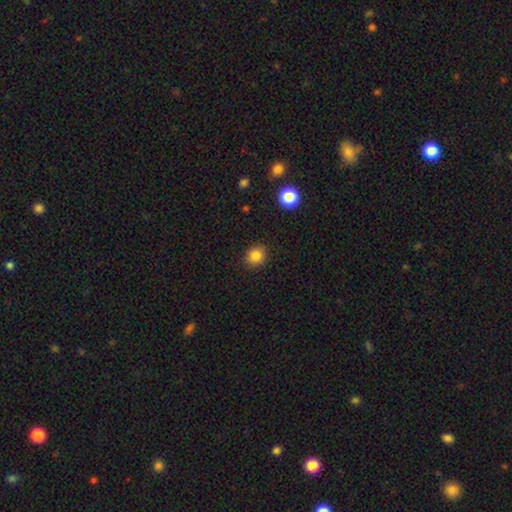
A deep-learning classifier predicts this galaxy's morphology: This is clearly a smooth galaxy (85%). How rounded: clearly round (83%). Merging: clearly none (89%).